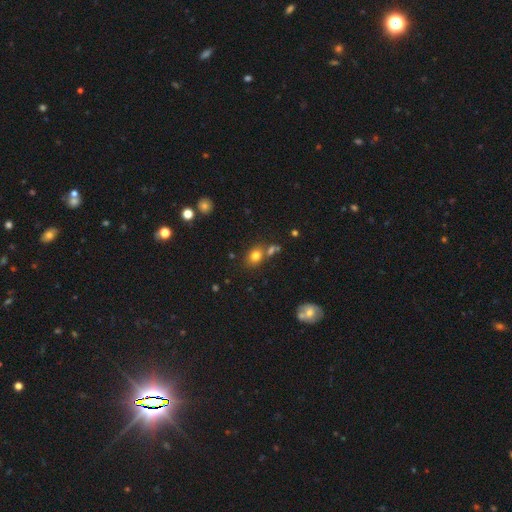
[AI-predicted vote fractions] Smooth or featured? smooth (78%)
How rounded? in between (54%)
Merging? none (63%)